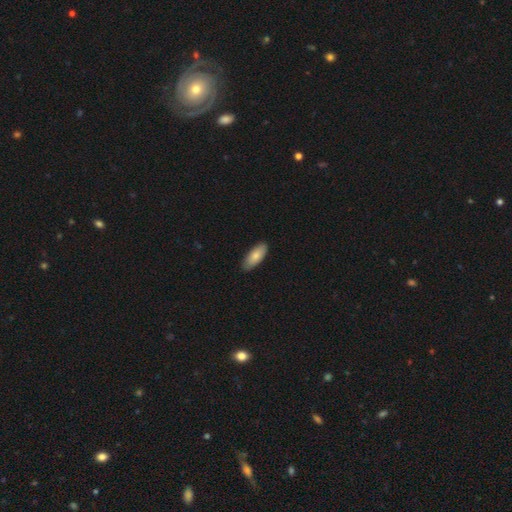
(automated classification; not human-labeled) A smooth galaxy with no disk features (81%) that is in between round and cigar-shaped (80%).

Vote fractions:
- Smooth or featured? smooth: 81% / featured or disk: 14% / star or artifact: 5%
- How rounded? in between: 80% / cigar-shaped: 19% / round: 2%
- Merging? none: 87% / minor disturbance: 10% / major disturbance: 2% / merger: 1%